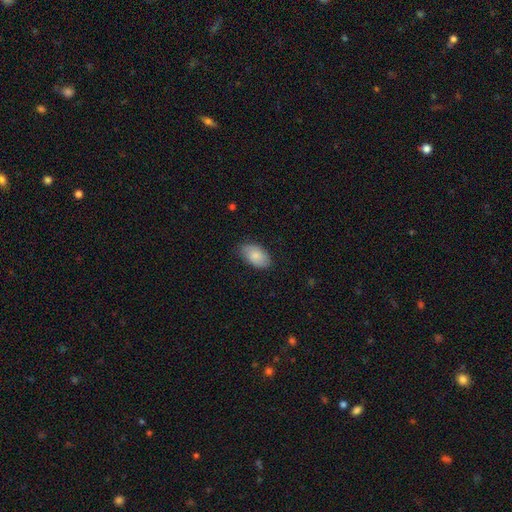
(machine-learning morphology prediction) This appears to be a smooth galaxy with no disk features (81%) that is in between round and cigar-shaped (94%). Merging: none (78%).